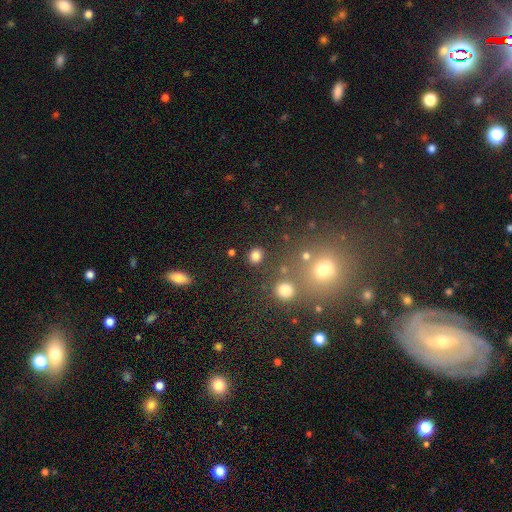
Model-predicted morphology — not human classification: Smooth or featured?
  - smooth: 81% *
  - star or artifact: 14%
  - featured or disk: 5%
How rounded?
  - round: 74% *
  - in between: 25%
  - cigar-shaped: 1%
Merging?
  - none: 85% *
  - minor disturbance: 7%
  - merger: 4%
  - major disturbance: 3%